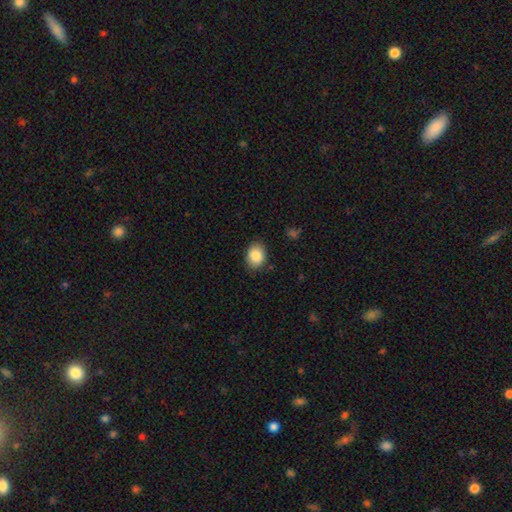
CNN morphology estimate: Q: Smooth or featured?
A: smooth (87%); runner-up: star or artifact (8%)
Q: How rounded?
A: in between (60%); runner-up: round (39%)
Q: Merging?
A: none (85%); runner-up: minor disturbance (12%)